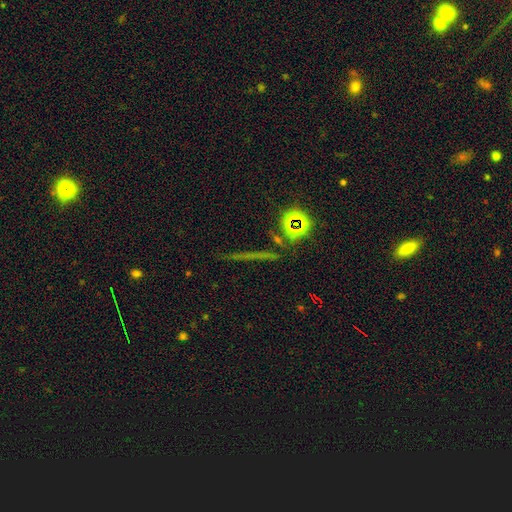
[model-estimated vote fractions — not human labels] smooth-or-featured: star or artifact: 57% | featured or disk: 24% | smooth: 18%